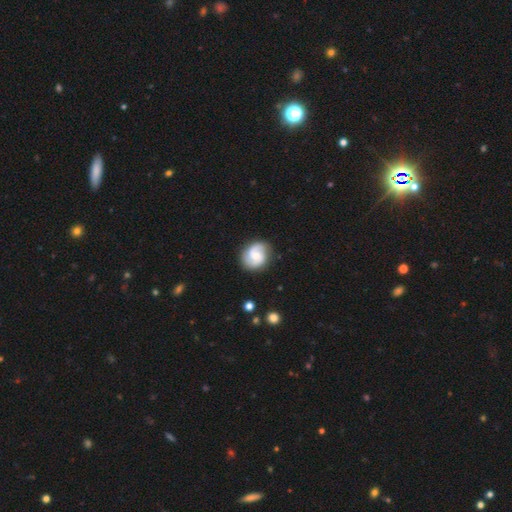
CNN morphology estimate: Smooth or featured? featured or disk (73%)
Edge-on disk? no (98%)
Bar? no (48%)
Spiral arms? yes (95%)
Spiral winding? medium (48%)
Spiral arm count? 2 (88%)
Bulge size? moderate (49%)
Merging? none (83%)